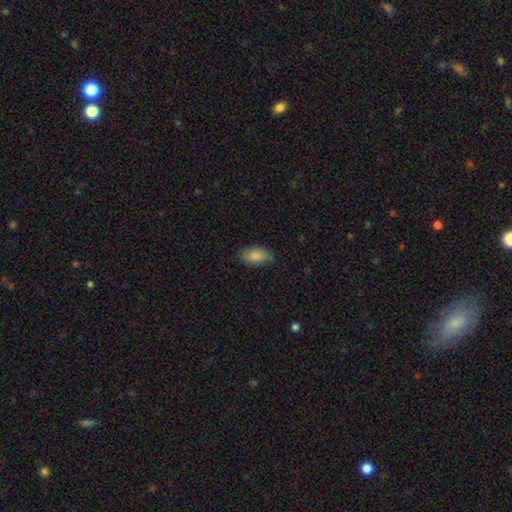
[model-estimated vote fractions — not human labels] The model was most divided on "merging": none: 70%, minor disturbance: 24%, major disturbance: 5%, merger: 1%. More confident: how rounded — in between (92%); smooth or featured — smooth (82%).